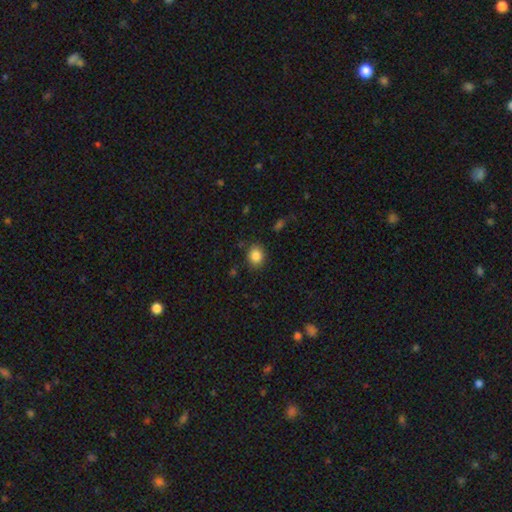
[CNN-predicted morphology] Smooth or featured: smooth — 86% (star or artifact — 10%)
How rounded: round — 64% (in between — 35%)
Merging: none — 85% (minor disturbance — 11%)